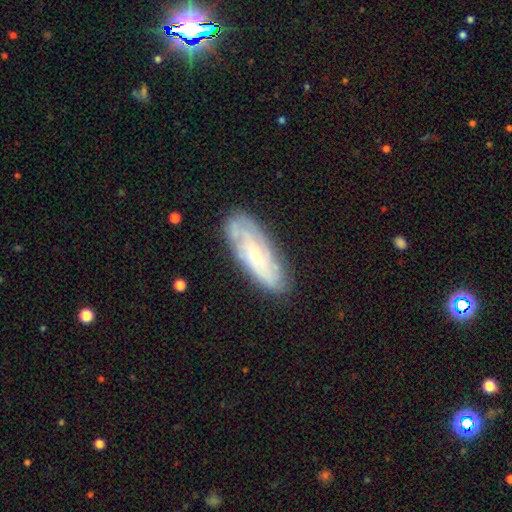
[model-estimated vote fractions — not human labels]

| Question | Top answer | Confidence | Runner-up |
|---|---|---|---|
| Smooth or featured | featured or disk | 60% | smooth (34%) |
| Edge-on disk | no | 83% | yes (17%) |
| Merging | none | 77% | minor disturbance (17%) |